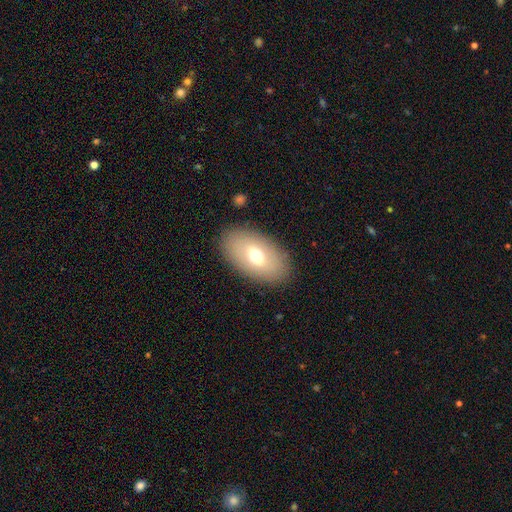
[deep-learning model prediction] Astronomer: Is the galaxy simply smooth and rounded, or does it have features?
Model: smooth — 65%.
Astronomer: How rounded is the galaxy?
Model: in between — 92%.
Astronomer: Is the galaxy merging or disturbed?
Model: none — 87%.